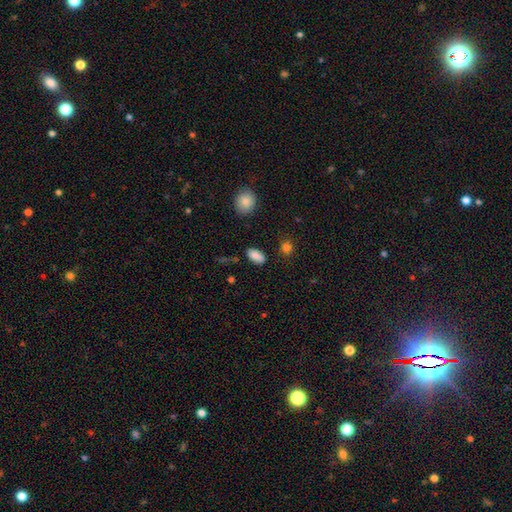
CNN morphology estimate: Smooth or featured: smooth — 87% (star or artifact — 8%)
How rounded: in between — 92% (cigar-shaped — 4%)
Merging: none — 85% (minor disturbance — 10%)